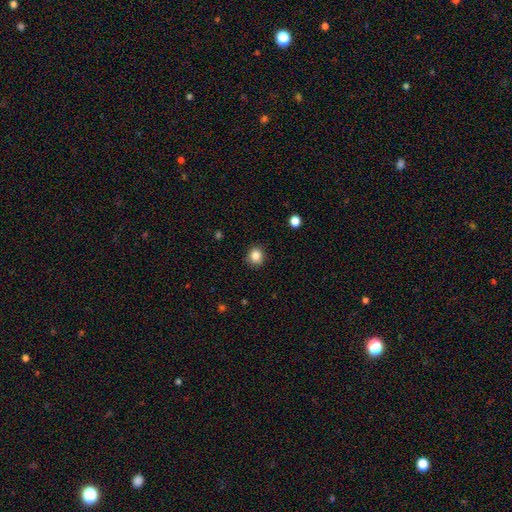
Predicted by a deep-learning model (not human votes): smooth-or-featured: smooth: 85% | star or artifact: 10% | featured or disk: 5%
  how-rounded: round: 81% | in between: 18% | cigar-shaped: 1%
  merging: none: 89% | minor disturbance: 8% | major disturbance: 2% | merger: 1%